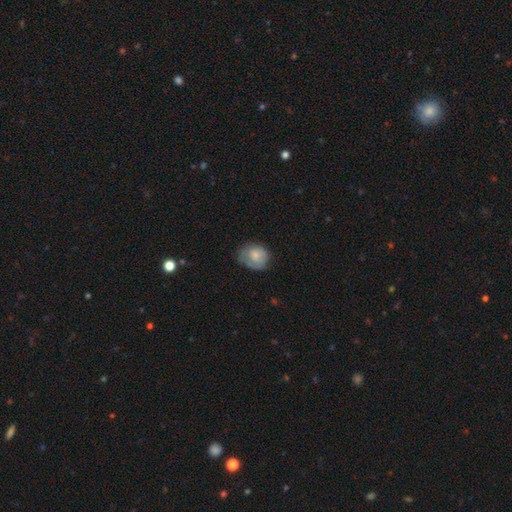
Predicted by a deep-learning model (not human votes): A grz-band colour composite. It shows a smooth galaxy with no disk features (68%) that is round (57%). Merging: none (55%).